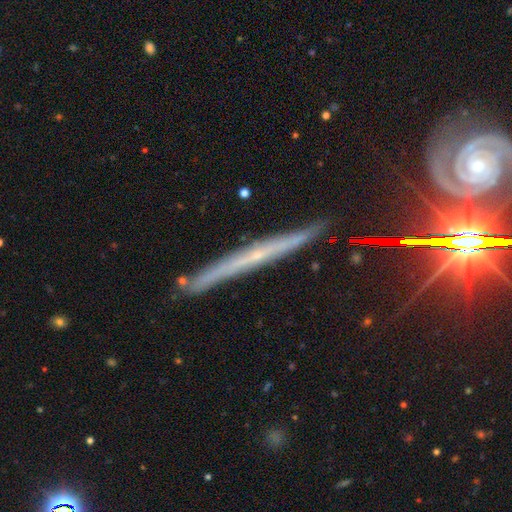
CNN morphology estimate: This is likely a featured or disk galaxy (67%). It is clearly viewed edge-on (95%). Edge-on bulge: likely none (67%). Merging: clearly none (86%).